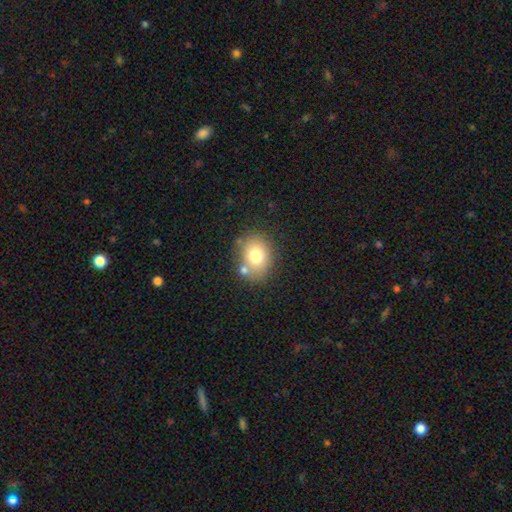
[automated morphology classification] This is likely a smooth galaxy (75%). How rounded: possibly round (52%). Merging: likely none (68%).